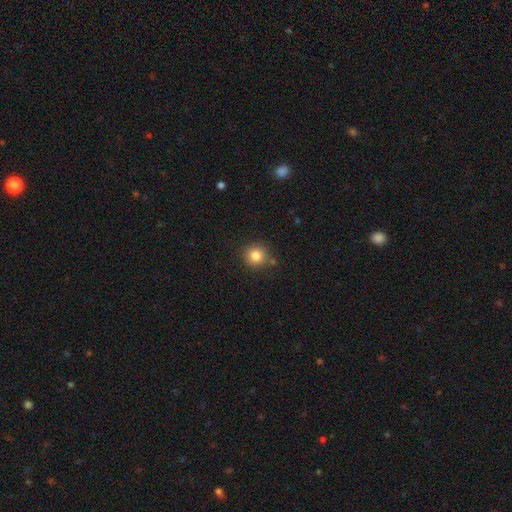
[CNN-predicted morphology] Q: Smooth or featured?
A: smooth (83%); runner-up: star or artifact (11%)
Q: How rounded?
A: round (93%); runner-up: in between (6%)
Q: Merging?
A: none (83%); runner-up: minor disturbance (9%)